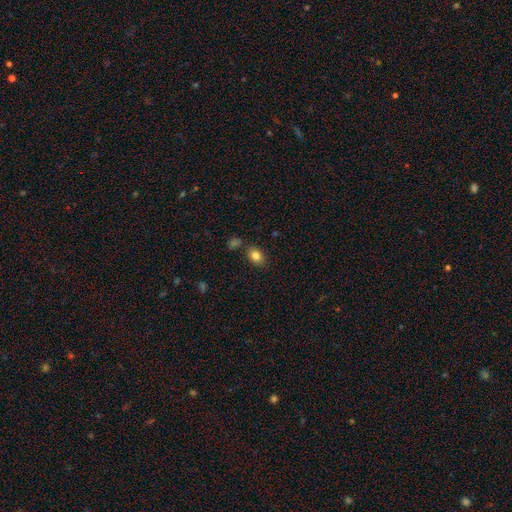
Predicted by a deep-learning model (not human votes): This appears to be a smooth galaxy with no disk features (83%) that is in between round and cigar-shaped (74%). Merging: none (77%).